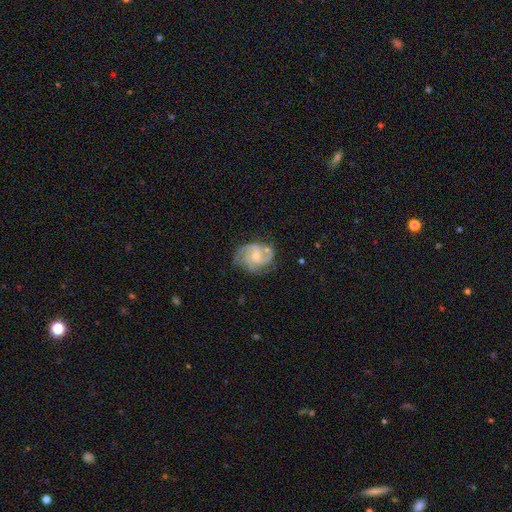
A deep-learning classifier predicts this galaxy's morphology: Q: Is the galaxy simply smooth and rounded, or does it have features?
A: featured or disk — 86%.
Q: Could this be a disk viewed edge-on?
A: no — 98%.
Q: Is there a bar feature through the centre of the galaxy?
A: no — 64%.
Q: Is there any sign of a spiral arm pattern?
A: yes — 97%.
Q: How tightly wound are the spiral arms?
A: tight — 47%.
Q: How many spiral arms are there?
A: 3 — 51%.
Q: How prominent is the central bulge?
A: small — 52%.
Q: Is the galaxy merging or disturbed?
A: none — 67%.